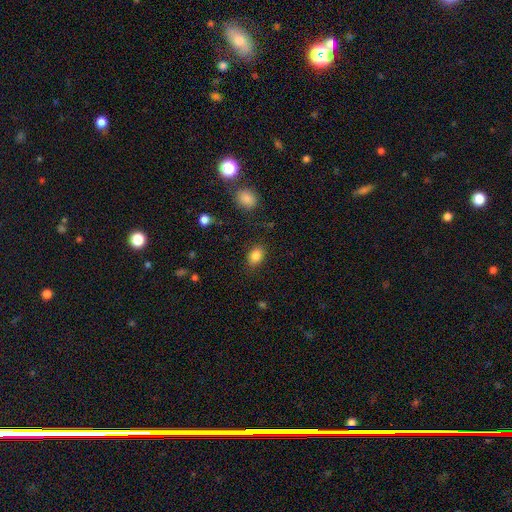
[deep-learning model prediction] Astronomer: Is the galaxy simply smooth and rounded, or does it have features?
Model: smooth — 85%.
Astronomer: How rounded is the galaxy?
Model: in between — 78%.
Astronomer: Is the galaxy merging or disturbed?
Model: none — 84%.